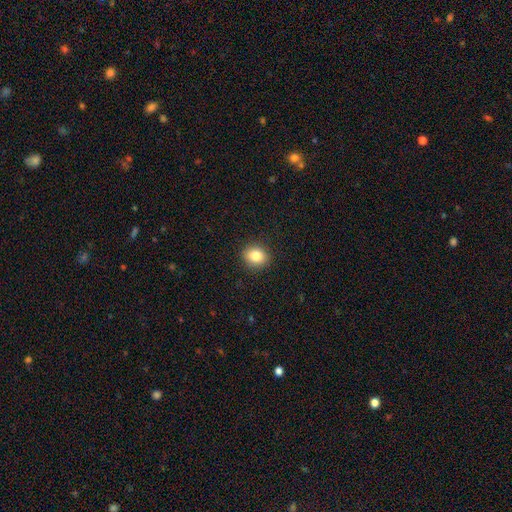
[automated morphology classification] Smooth or featured: smooth — 83% (star or artifact — 10%)
How rounded: round — 69% (in between — 30%)
Merging: none — 90% (minor disturbance — 7%)